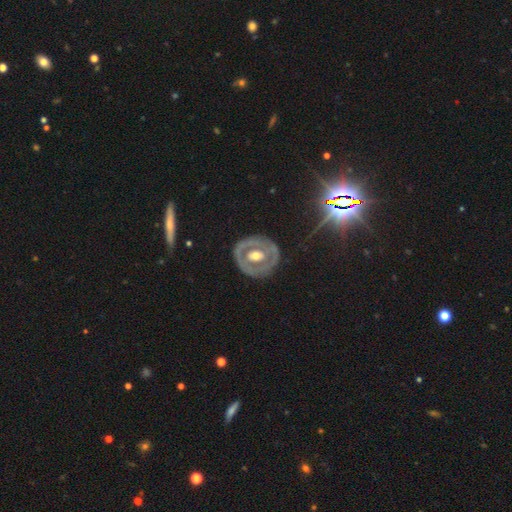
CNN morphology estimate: featured or disk 70%, smooth 25%, star or artifact 5%. Down the decision tree: edge-on disk — no (95%); bar — no (59%); spiral arms — no (72%); bulge size — moderate (72%); merging — none (76%).